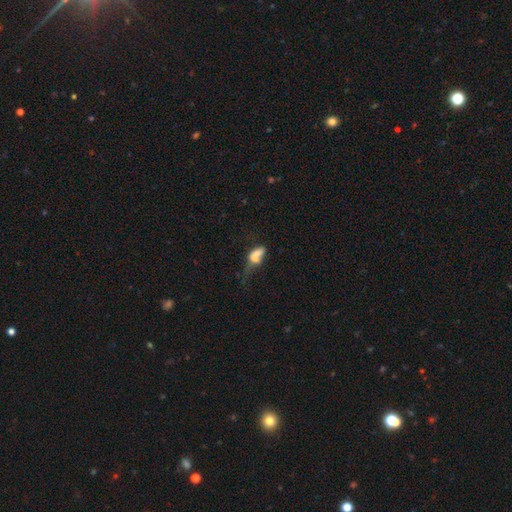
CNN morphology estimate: smooth_or_featured: smooth (p=0.60) [alt: featured or disk p=0.27]
how_rounded: in between (p=0.76) [alt: round p=0.12]
merging: merger (p=0.34) [alt: major disturbance p=0.28]